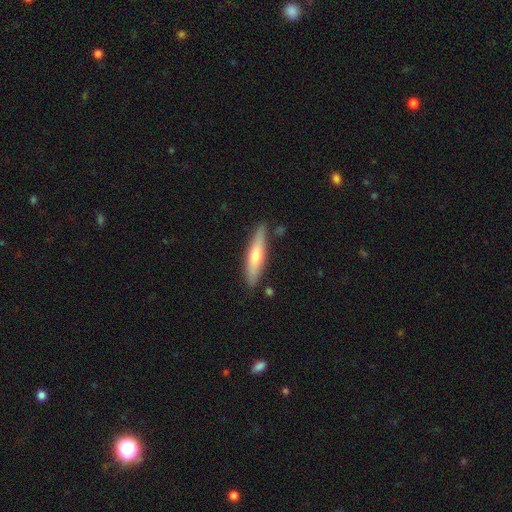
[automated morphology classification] Smooth or featured: smooth — 52% (featured or disk — 42%)
How rounded: cigar-shaped — 80% (in between — 18%)
Merging: none — 83% (minor disturbance — 12%)